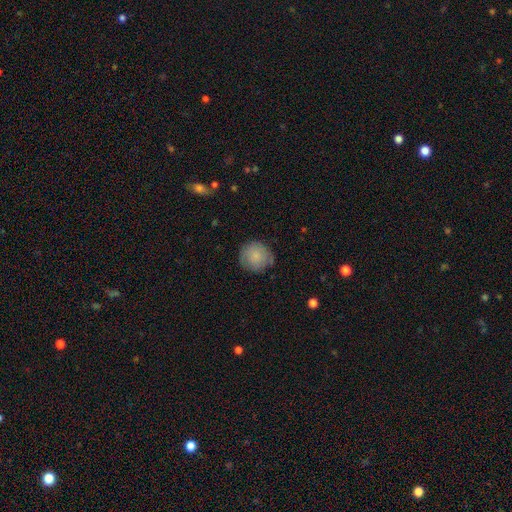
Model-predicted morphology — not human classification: The model was most divided on "merging": none: 78%, minor disturbance: 17%, major disturbance: 4%, merger: 2%. More confident: how rounded — round (92%); smooth or featured — smooth (83%).